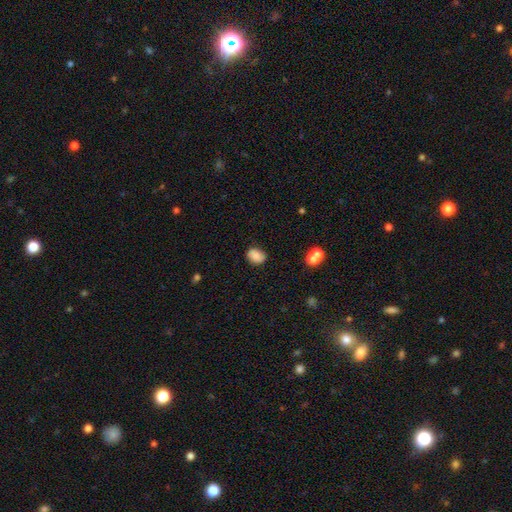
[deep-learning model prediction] Smooth or featured? Predicted: smooth (p=0.76). How rounded? Predicted: in between (p=0.64). Merging? Predicted: none (p=0.77).